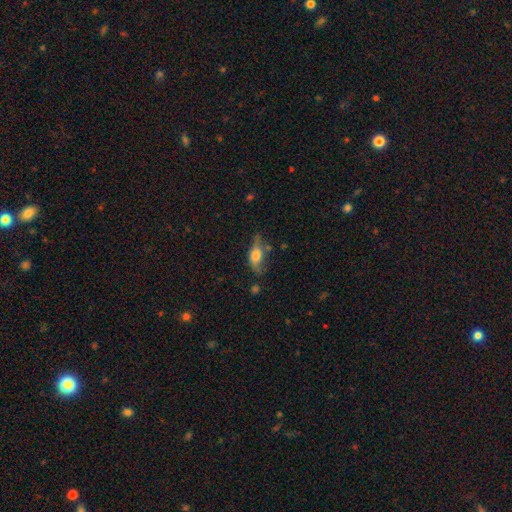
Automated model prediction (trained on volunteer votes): smooth 59%, featured or disk 32%, star or artifact 8%. Down the decision tree: how rounded — in between (76%); merging — none (51%).